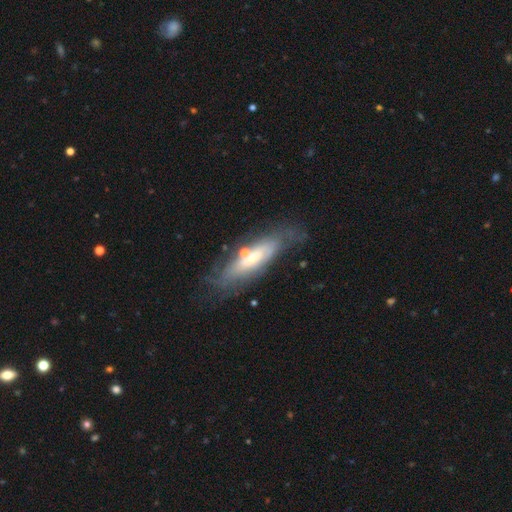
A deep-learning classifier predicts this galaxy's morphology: This is possibly a featured or disk galaxy (60%). It is possibly not viewed edge-on (53%). Merging: likely none (60%).